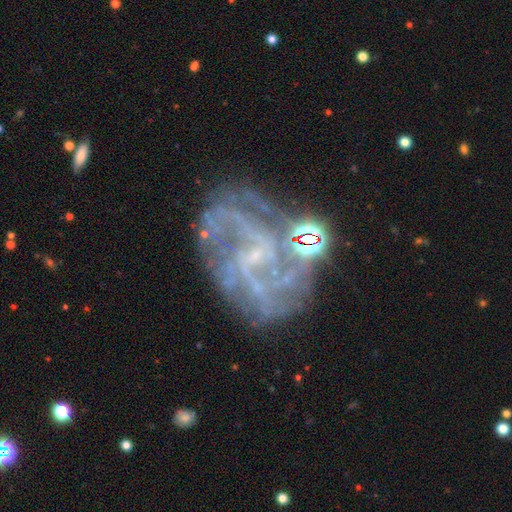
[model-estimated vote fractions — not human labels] Overall: featured or disk (84%). Edge-on disk: no (98%). Bar: no (46%; weak 42%). Spiral arms: yes (89%). Spiral arm count: can't tell (30%; 2 23%). Spiral winding: medium (43%; tight 34%). Bulge size: small (67%). Merging: none (60%).